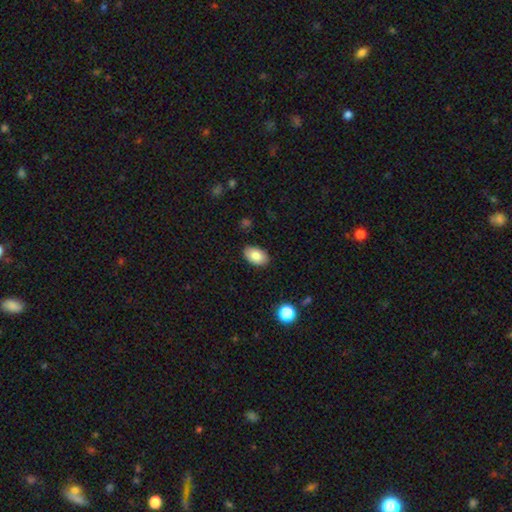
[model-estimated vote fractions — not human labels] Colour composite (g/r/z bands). It shows a smooth galaxy with no disk features (85%) that is in between round and cigar-shaped (92%). Merging: none (87%).